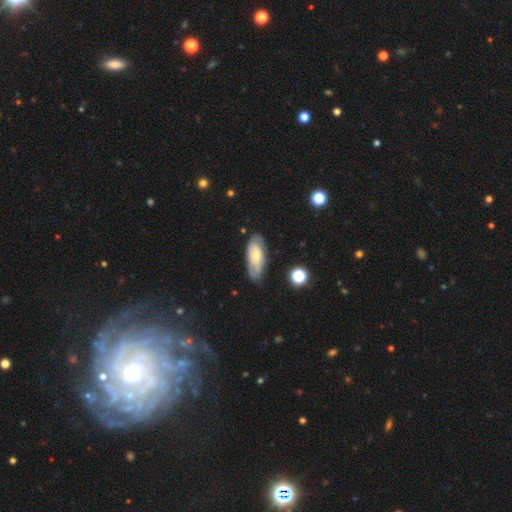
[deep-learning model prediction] This is possibly a smooth galaxy (48%). Merging: likely none (73%).